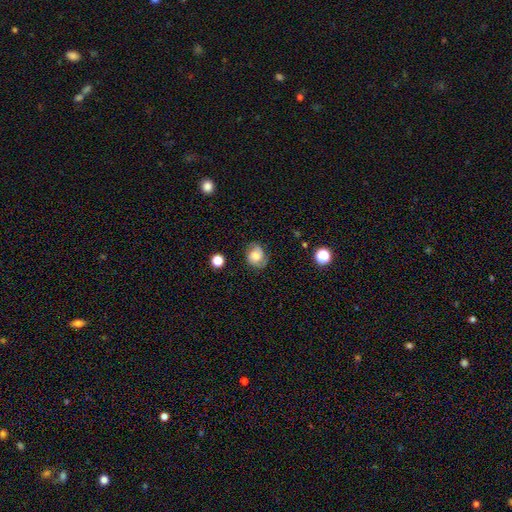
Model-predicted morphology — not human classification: Q: Smooth or featured?
A: smooth (48%); runner-up: featured or disk (42%)
Q: Merging?
A: none (69%); runner-up: minor disturbance (22%)